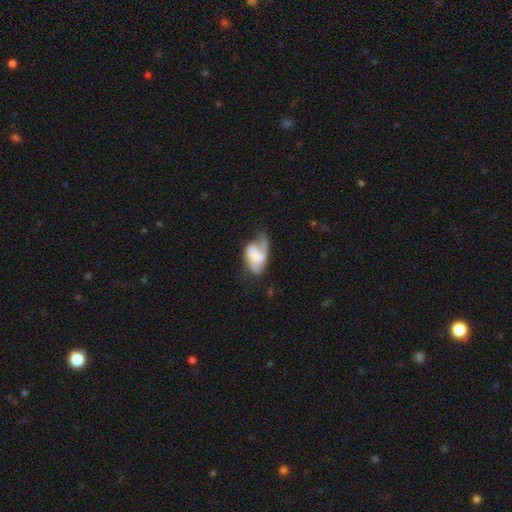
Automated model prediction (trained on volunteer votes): The model was most divided on "merging": major disturbance: 39%, none: 29%, minor disturbance: 26%, merger: 5%. Remaining: edge-on disk — no (96%); spiral arms — yes (79%); bar — no (58%); smooth or featured — featured or disk (57%); bulge size — none (48%).